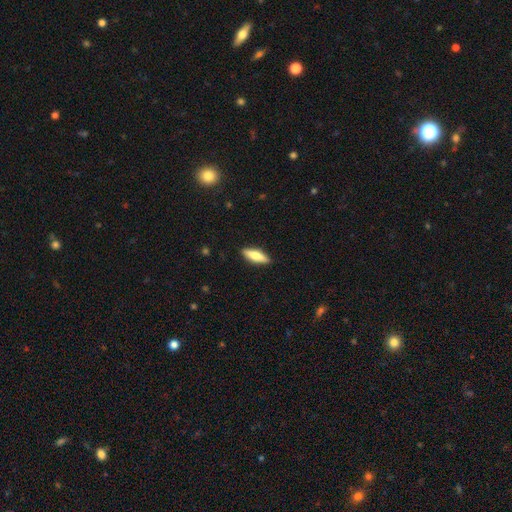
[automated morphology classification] smooth 65%, featured or disk 29%, star or artifact 6%. Down the decision tree: how rounded — cigar-shaped (54%); merging — none (89%).